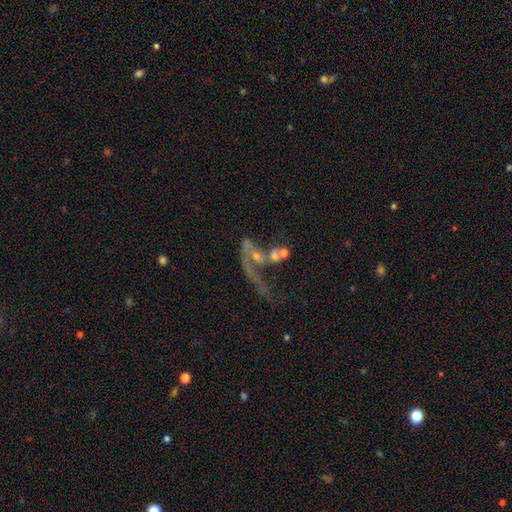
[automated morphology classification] featured or disk 66%, smooth 20%, star or artifact 14%. Down the decision tree: edge-on disk — no (94%); bar — no (72%); spiral arms — yes (61%); bulge size — small (46%); merging — merger (39%).